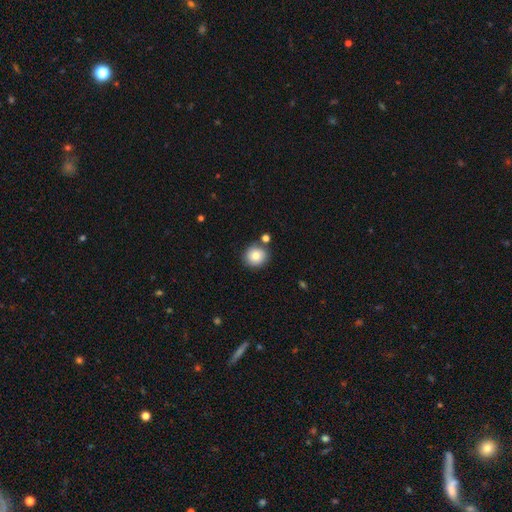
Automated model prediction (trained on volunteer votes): smooth 80%, featured or disk 11%, star or artifact 10%. Down the decision tree: how rounded — round (89%); merging — none (80%).